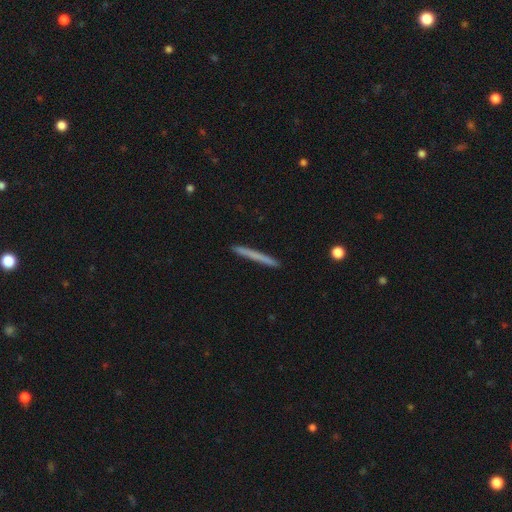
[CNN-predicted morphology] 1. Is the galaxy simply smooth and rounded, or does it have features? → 64% smooth, 30% featured or disk, 6% star or artifact.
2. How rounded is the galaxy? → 97% cigar-shaped, 2% in between, 1% round.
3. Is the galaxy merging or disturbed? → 92% none, 6% minor disturbance, 1% major disturbance, 1% merger.